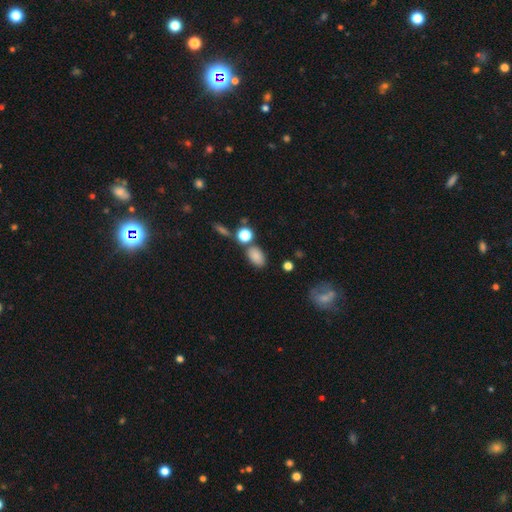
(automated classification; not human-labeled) Smooth or featured? smooth (83%)
How rounded? in between (86%)
Merging? none (69%)